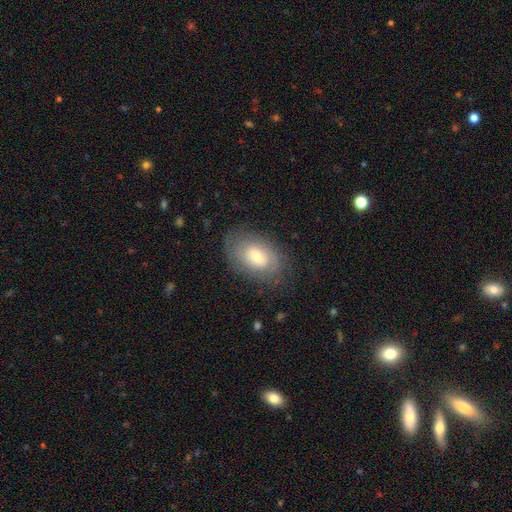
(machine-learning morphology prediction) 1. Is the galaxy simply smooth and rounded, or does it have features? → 52% featured or disk, 39% smooth, 9% star or artifact.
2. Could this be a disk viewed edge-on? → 93% no, 7% yes.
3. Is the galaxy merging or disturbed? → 77% none, 16% minor disturbance, 6% major disturbance, 1% merger.